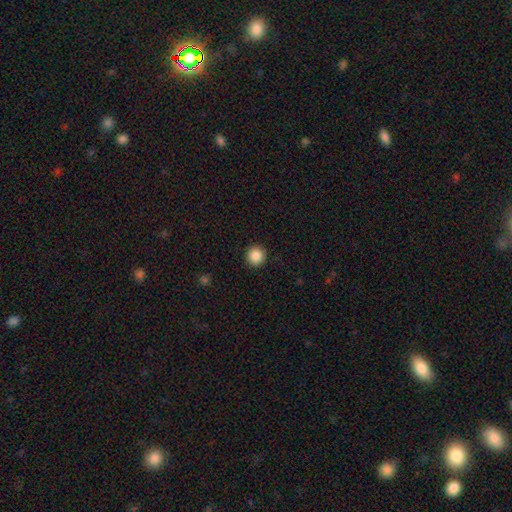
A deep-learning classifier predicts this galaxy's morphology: Smooth or featured? Predicted: smooth (p=0.87). How rounded? Predicted: round (p=0.94). Merging? Predicted: none (p=0.92).